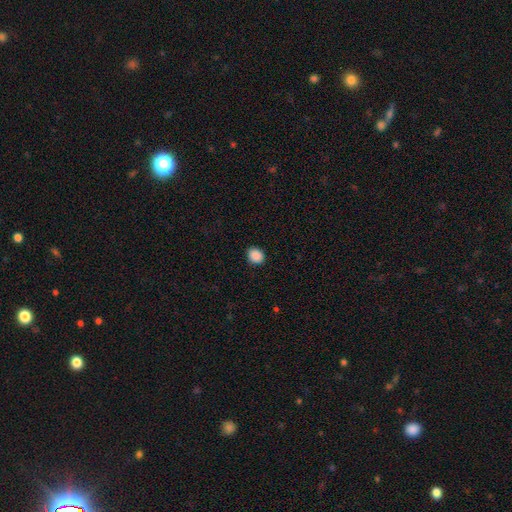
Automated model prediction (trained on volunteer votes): smooth 89%, star or artifact 9%, featured or disk 2%. Down the decision tree: how rounded — round (66%); merging — none (90%).